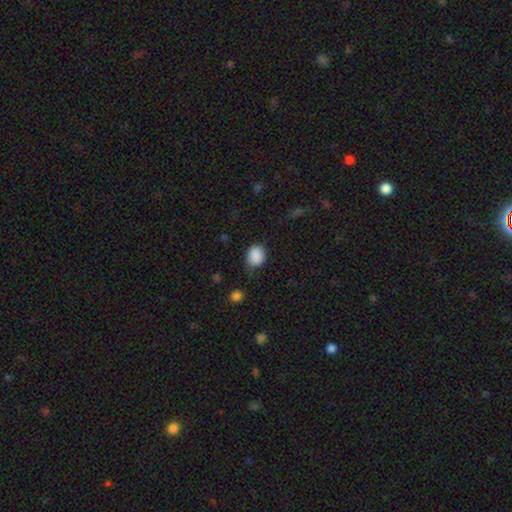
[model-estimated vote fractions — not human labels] Overall: smooth (87%). How rounded: in between (52%; round 47%). Merging: none (63%; minor disturbance 27%).